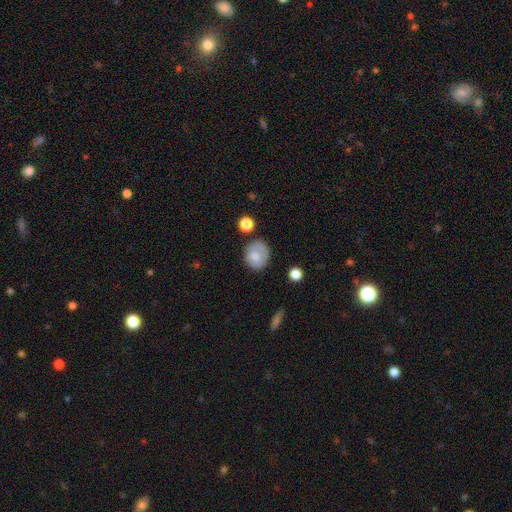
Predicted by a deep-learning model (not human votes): Smooth or featured? Predicted: smooth (p=0.77). How rounded? Predicted: round (p=0.64). Merging? Predicted: none (p=0.62).